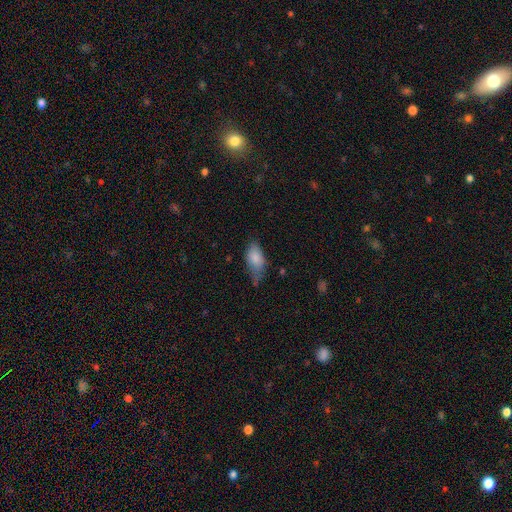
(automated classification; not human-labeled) This appears to be a smooth galaxy with no disk features (75%) that is in between round and cigar-shaped (85%). Merging: none (51%).